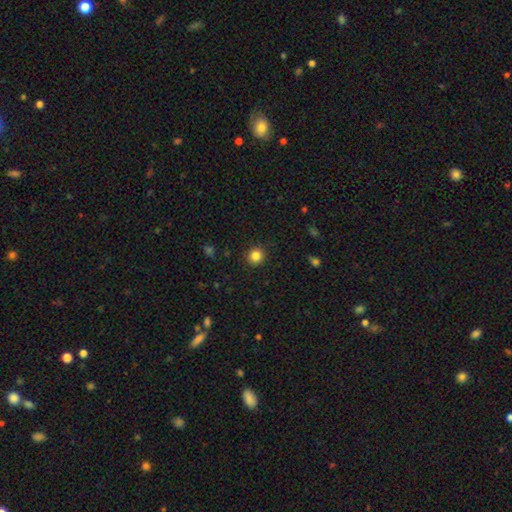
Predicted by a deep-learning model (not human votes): smooth_or_featured: smooth (p=0.84) [alt: star or artifact p=0.11]
how_rounded: round (p=0.91) [alt: in between p=0.08]
merging: none (p=0.91) [alt: minor disturbance p=0.06]